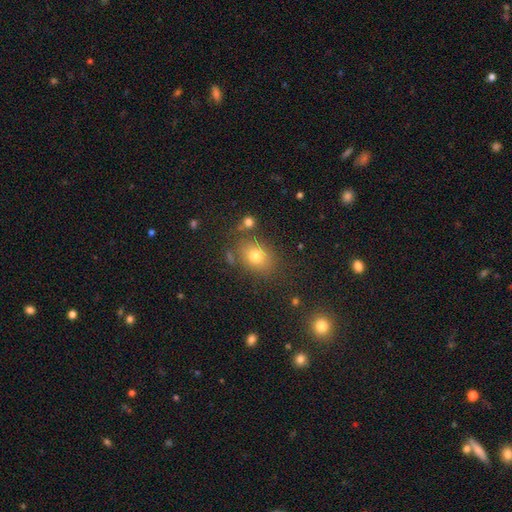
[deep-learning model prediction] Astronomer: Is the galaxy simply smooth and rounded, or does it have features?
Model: smooth — 75%.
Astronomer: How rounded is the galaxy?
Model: in between — 58% (runner-up: round, 41%).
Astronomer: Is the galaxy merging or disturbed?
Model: none — 75%.